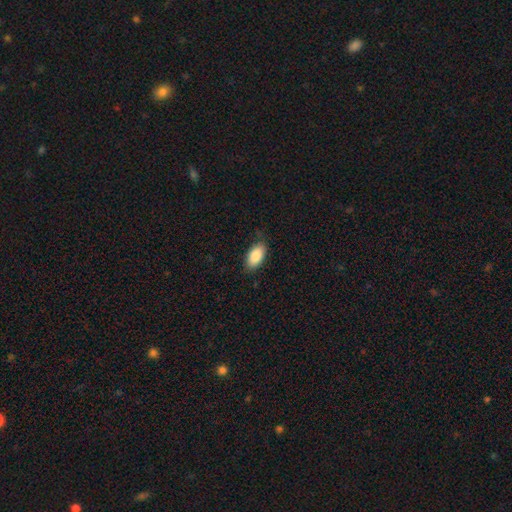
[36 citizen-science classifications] Morphology: type=smooth (94%); roundness=in between (91%); merging=none (86%).